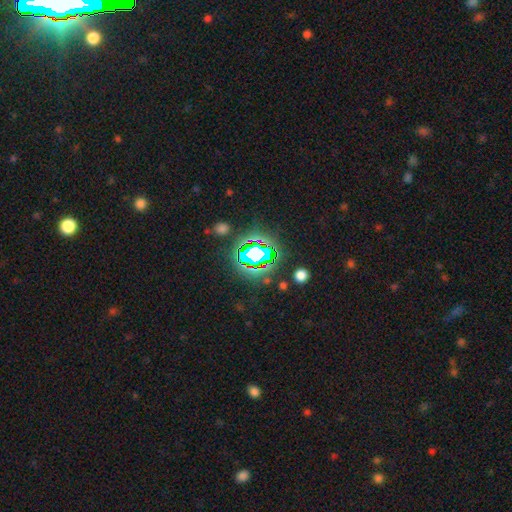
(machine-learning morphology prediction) type=star or artifact (81%).